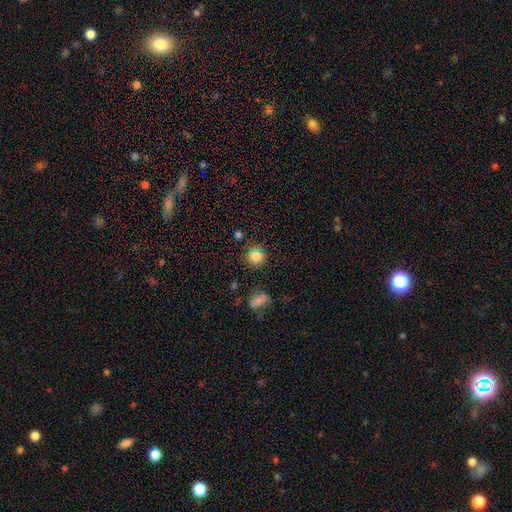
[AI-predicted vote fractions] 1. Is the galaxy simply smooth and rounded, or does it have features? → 74% smooth, 19% star or artifact, 7% featured or disk.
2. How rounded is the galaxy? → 90% round, 9% in between, 1% cigar-shaped.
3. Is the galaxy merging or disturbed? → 83% none, 10% minor disturbance, 4% major disturbance, 3% merger.